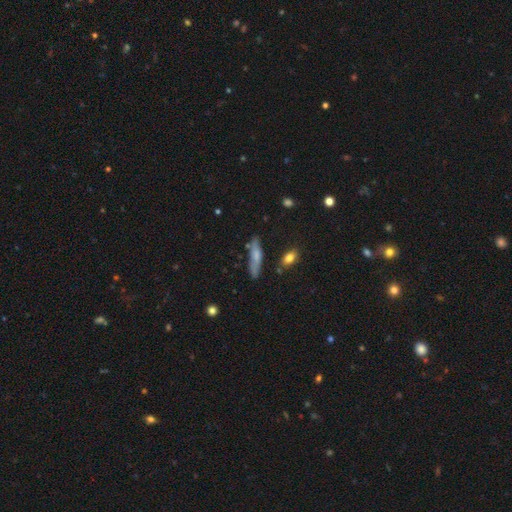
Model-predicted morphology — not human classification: Smooth or featured? smooth (64%)
How rounded? cigar-shaped (77%)
Merging? none (74%)